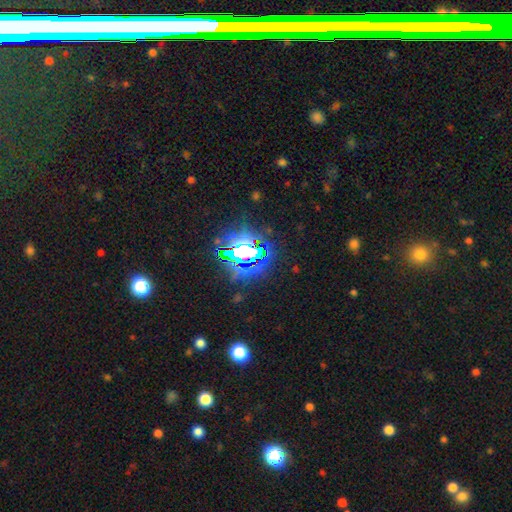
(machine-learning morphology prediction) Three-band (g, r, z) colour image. It shows a star or artifact, not a galaxy (79%).